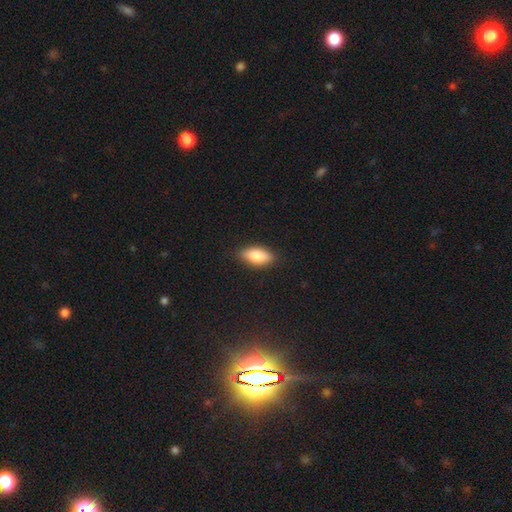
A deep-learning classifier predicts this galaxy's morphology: Smooth or featured? smooth (85%)
How rounded? in between (88%)
Merging? none (86%)